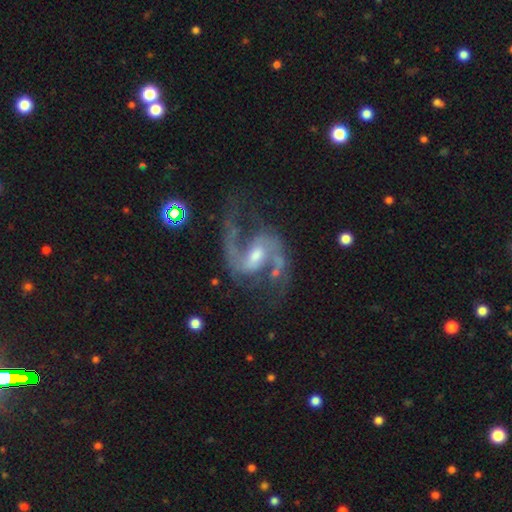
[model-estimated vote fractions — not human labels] featured or disk 92%, star or artifact 5%, smooth 3%. Down the decision tree: edge-on disk — no (98%); bar — weak (54%); spiral arms — yes (98%); spiral arm count — 2 (93%); spiral winding — medium (53%); bulge size — moderate (52%); merging — none (69%).